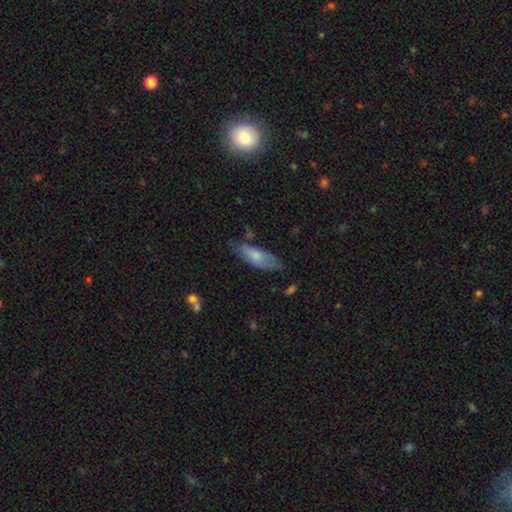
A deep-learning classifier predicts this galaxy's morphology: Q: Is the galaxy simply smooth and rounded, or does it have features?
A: smooth — 68%.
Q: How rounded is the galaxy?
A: in between — 66%.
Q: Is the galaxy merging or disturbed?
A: none — 57%.